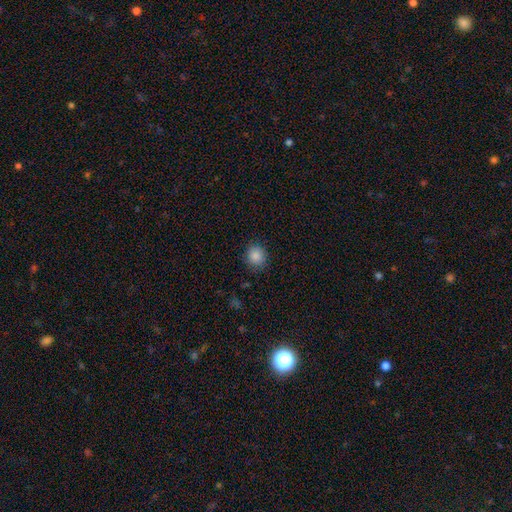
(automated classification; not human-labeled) The model was most divided on "how rounded": round: 83%, in between: 16%, cigar-shaped: 1%. More confident: merging — none (87%); smooth or featured — smooth (86%).